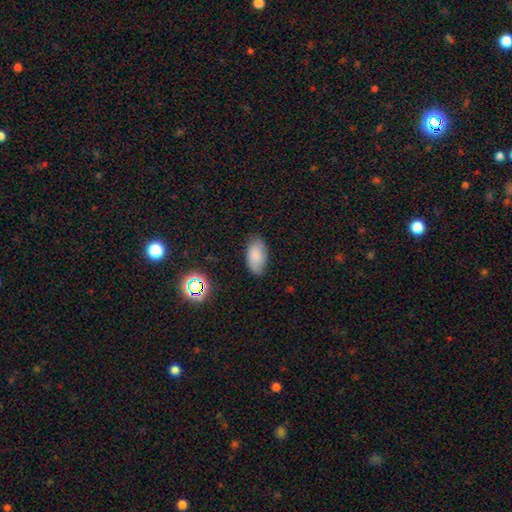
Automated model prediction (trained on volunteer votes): The model was most divided on "merging": none: 81%, minor disturbance: 15%, major disturbance: 3%, merger: 1%. More confident: how rounded — in between (94%); smooth or featured — smooth (83%).